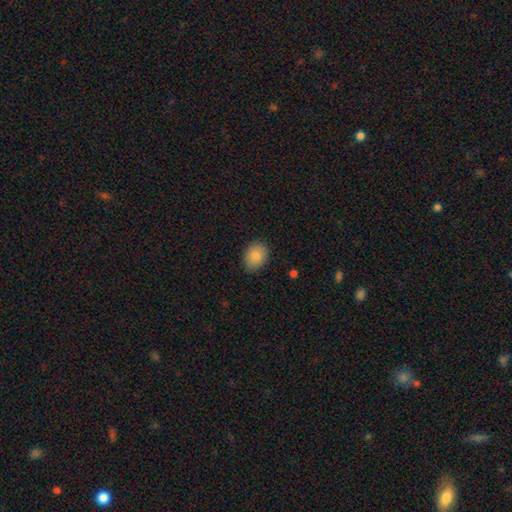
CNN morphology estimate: This appears to be a smooth galaxy with no disk features (85%) that is in between round and cigar-shaped (64%). Merging: none (85%).